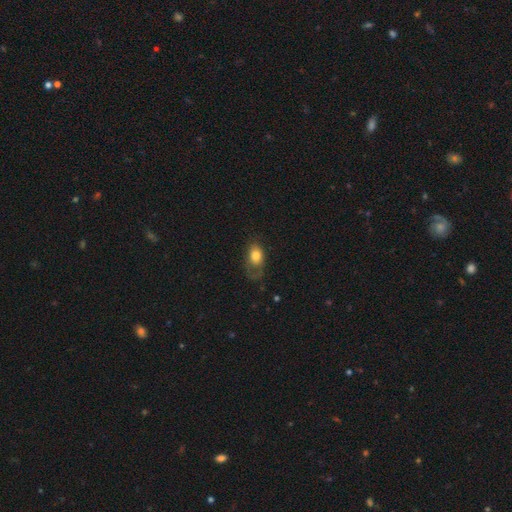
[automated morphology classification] Smooth or featured? smooth (73%)
How rounded? in between (78%)
Merging? none (41%)